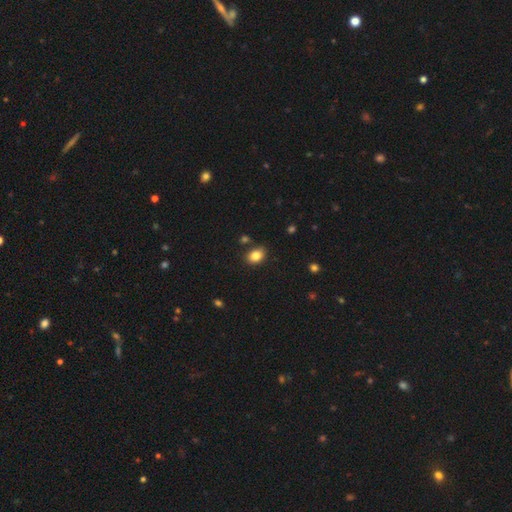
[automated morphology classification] This appears to be a smooth galaxy with no disk features (84%) that is in between round and cigar-shaped (65%). Merging: none (81%).